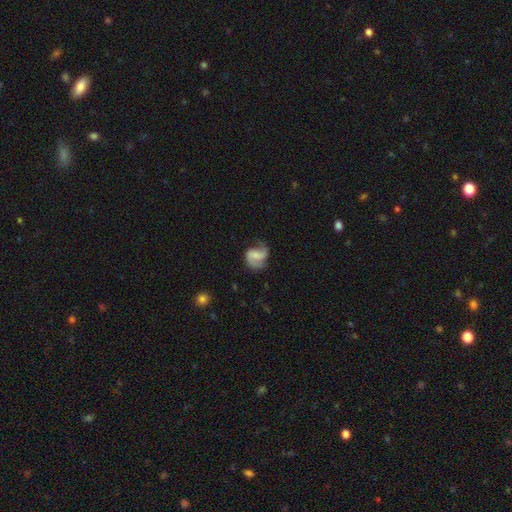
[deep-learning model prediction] Morphology: type=featured or disk (67%); edge-on=no (98%); bar=weak (44%); spiral arms=yes (92%); winding=medium (43%); arm count=2 (73%); bulge=none (46%); merging=none (53%).